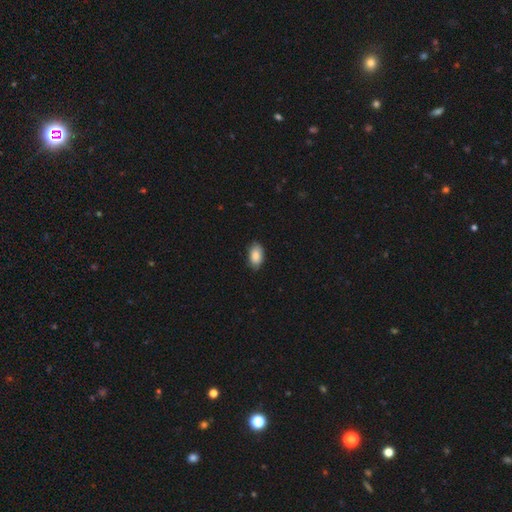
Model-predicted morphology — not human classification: Smooth or featured: smooth — 86% (featured or disk — 8%)
How rounded: in between — 93% (round — 5%)
Merging: none — 83% (minor disturbance — 14%)